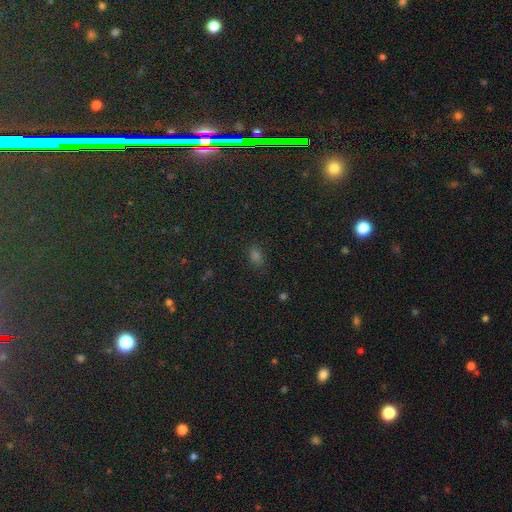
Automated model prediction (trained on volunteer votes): Overall: smooth (62%; star or artifact 32%). How rounded: in between (81%). Merging: none (83%).